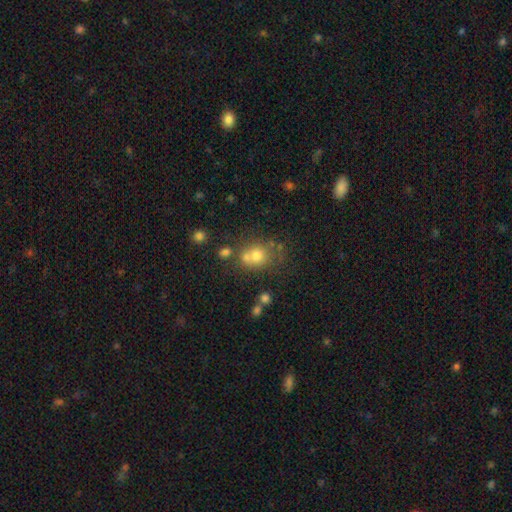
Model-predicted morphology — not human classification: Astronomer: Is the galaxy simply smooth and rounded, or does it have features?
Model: smooth — 69%.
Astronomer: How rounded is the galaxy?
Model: round — 74%.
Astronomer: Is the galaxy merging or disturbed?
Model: none — 48% (runner-up: merger, 35%).